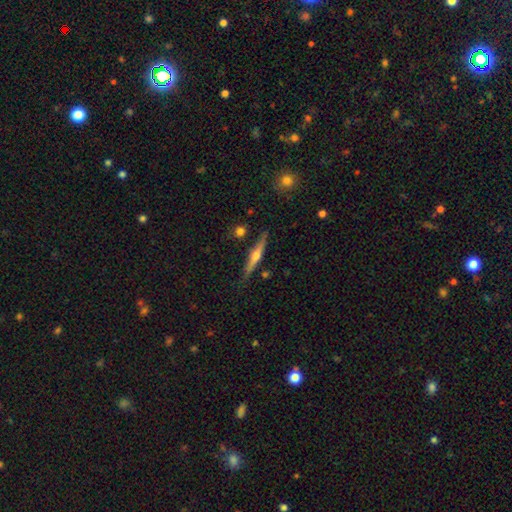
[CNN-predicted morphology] Smooth or featured?
  - featured or disk: 66% *
  - smooth: 28%
  - star or artifact: 6%
Edge-on disk?
  - yes: 97% *
  - no: 3%
Edge-on bulge?
  - rounded: 88% *
  - none: 6%
  - boxy: 5%
Merging?
  - none: 84% *
  - minor disturbance: 11%
  - merger: 3%
  - major disturbance: 2%